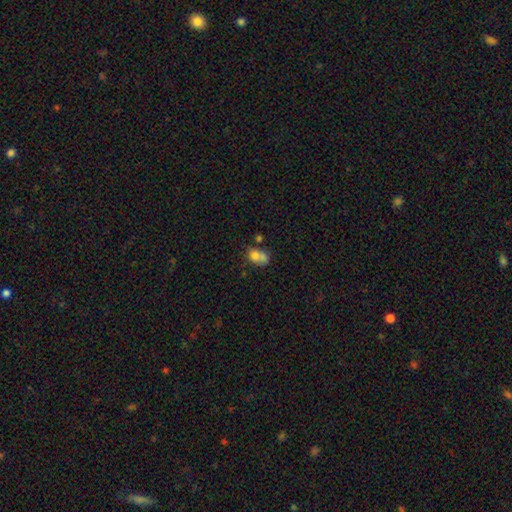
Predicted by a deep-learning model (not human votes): Overall: smooth (70%). How rounded: in between (51%; round 48%). Merging: merger (52%; none 28%).